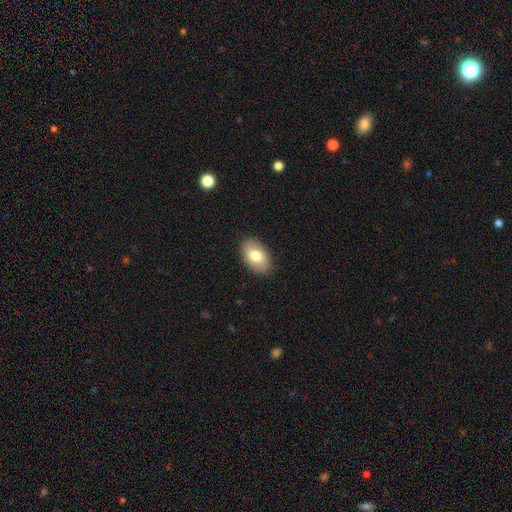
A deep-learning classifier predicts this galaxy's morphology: smooth-or-featured: smooth: 75% | featured or disk: 18% | star or artifact: 6%
  how-rounded: in between: 91% | round: 8% | cigar-shaped: 1%
  merging: none: 87% | minor disturbance: 10% | major disturbance: 2% | merger: 1%